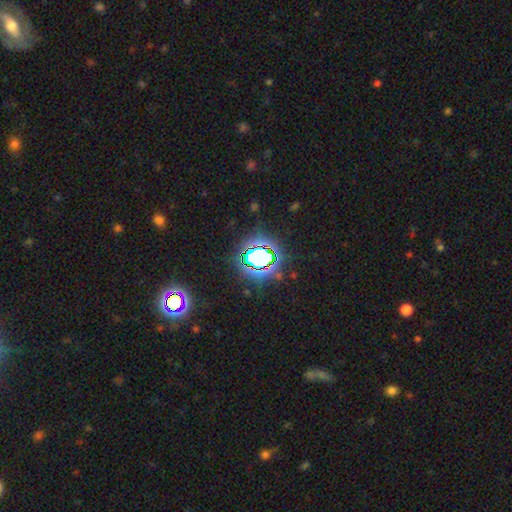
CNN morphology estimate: smooth_or_featured: star or artifact (p=0.69) [alt: smooth p=0.20]